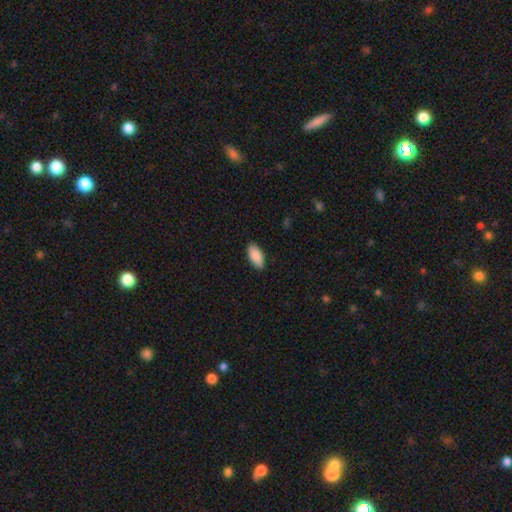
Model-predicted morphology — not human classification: This appears to be a smooth galaxy with no disk features (89%) that is in between round and cigar-shaped (92%). Merging: none (88%).